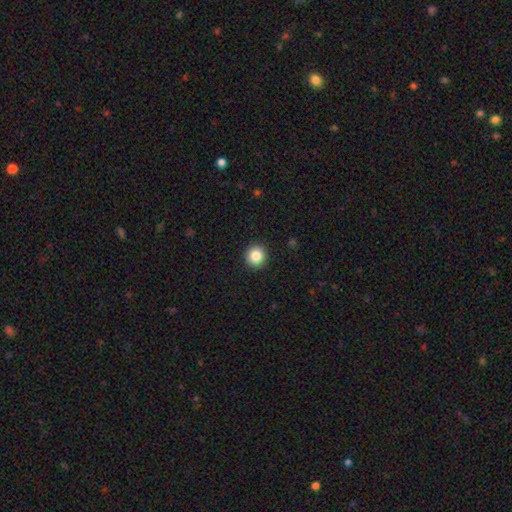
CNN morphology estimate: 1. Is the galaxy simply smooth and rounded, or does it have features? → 85% smooth, 10% star or artifact, 5% featured or disk.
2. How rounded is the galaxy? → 93% round, 6% in between, 1% cigar-shaped.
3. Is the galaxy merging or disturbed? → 93% none, 5% minor disturbance, 2% major disturbance, 1% merger.